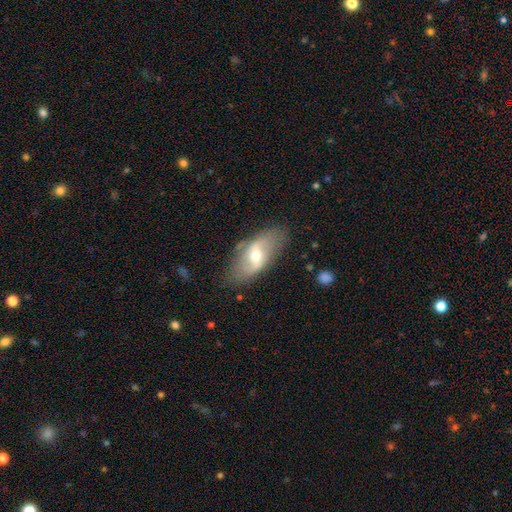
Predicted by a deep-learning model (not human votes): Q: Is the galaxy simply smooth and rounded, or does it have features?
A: featured or disk — 60%.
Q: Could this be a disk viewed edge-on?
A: no — 87%.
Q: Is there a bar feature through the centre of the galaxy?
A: weak — 45%.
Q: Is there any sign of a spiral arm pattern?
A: yes — 62%.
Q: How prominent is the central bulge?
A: moderate — 62%.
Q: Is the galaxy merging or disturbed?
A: none — 76%.